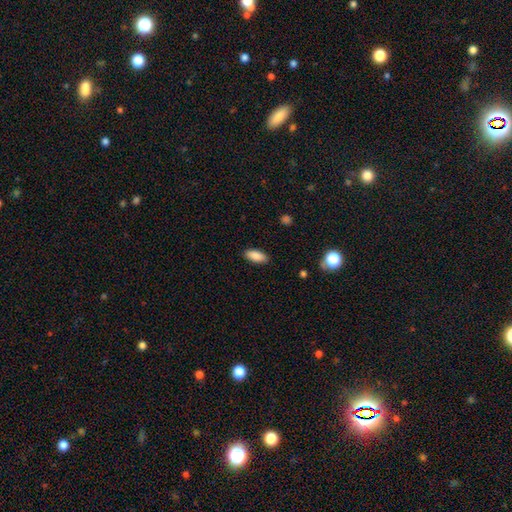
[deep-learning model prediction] A smooth galaxy with no disk features (88%) that is in between round and cigar-shaped (83%). Merging: none (88%).